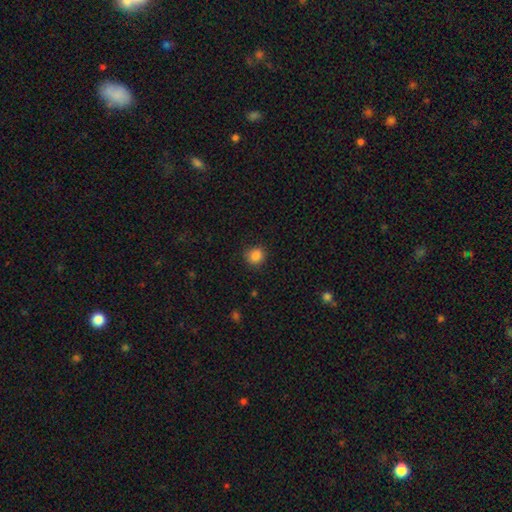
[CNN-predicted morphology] smooth-or-featured: smooth: 85% | star or artifact: 11% | featured or disk: 4%
  how-rounded: round: 84% | in between: 15% | cigar-shaped: 1%
  merging: none: 86% | minor disturbance: 10% | major disturbance: 2% | merger: 1%